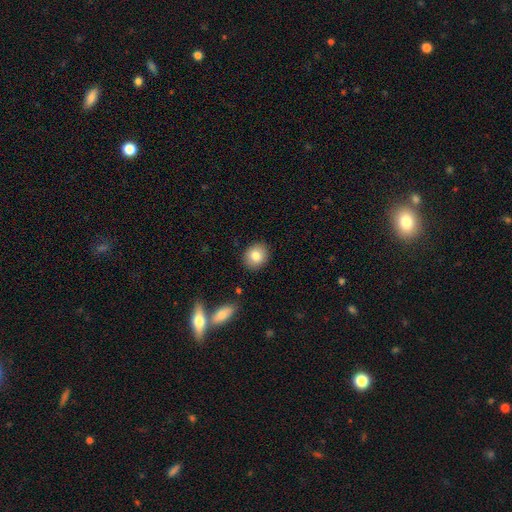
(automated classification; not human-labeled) Smooth or featured? smooth (83%)
How rounded? round (74%)
Merging? none (89%)